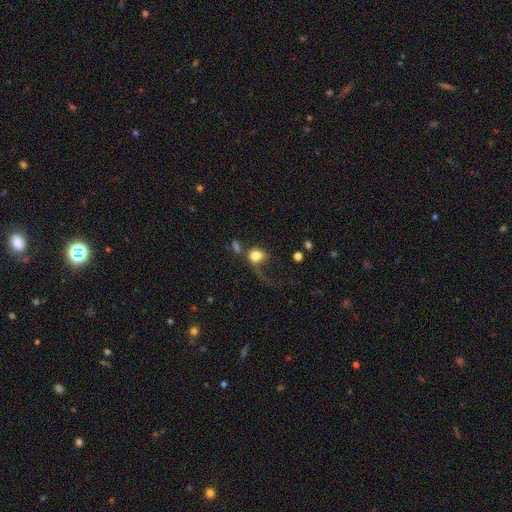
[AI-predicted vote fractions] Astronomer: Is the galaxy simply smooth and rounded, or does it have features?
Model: smooth — 69%.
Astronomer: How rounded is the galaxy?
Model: round — 56% (runner-up: in between, 42%).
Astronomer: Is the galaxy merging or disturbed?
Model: major disturbance — 53%.